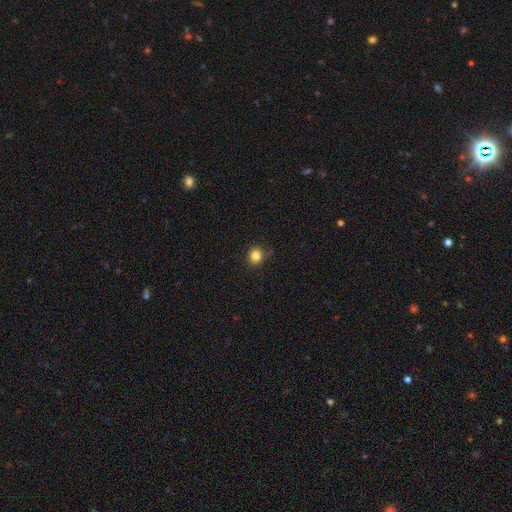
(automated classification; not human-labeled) Smooth or featured? smooth (83%)
How rounded? round (85%)
Merging? none (85%)